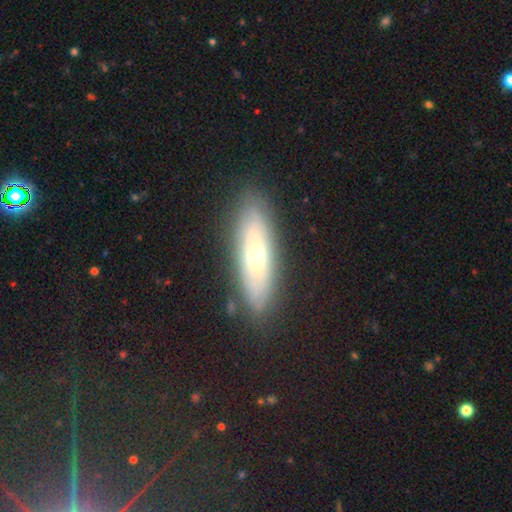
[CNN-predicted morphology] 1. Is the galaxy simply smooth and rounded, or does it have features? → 49% featured or disk, 44% smooth, 8% star or artifact.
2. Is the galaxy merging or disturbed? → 85% none, 11% minor disturbance, 3% major disturbance, 2% merger.